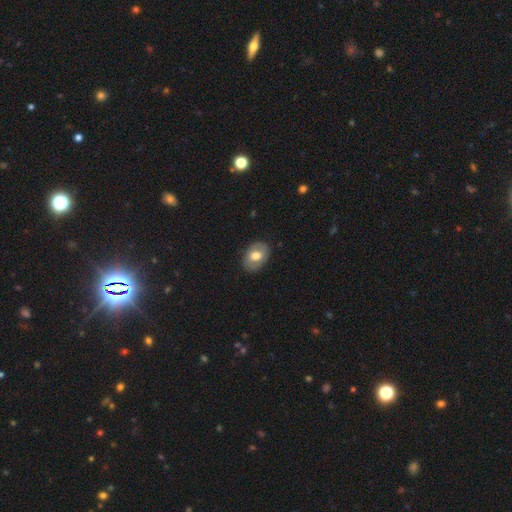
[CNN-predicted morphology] Smooth or featured? smooth (64%)
How rounded? in between (78%)
Merging? none (84%)